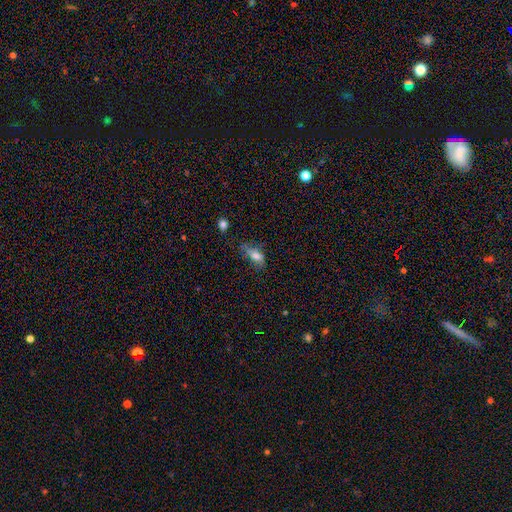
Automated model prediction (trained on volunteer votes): smooth-or-featured: smooth: 69% | featured or disk: 20% | star or artifact: 11%
  how-rounded: in between: 85% | cigar-shaped: 9% | round: 6%
  merging: none: 43% | minor disturbance: 32% | major disturbance: 21% | merger: 4%